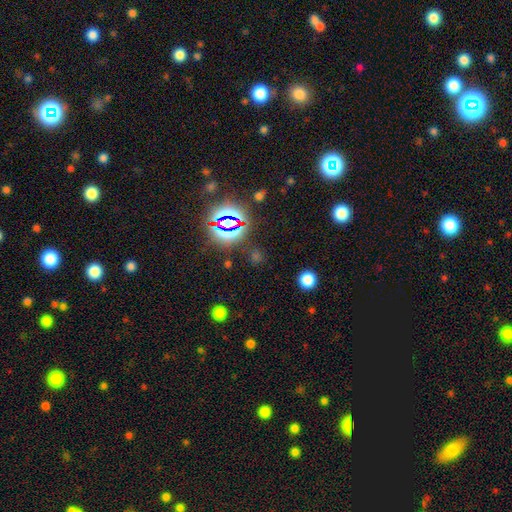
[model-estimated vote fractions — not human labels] Overall: star or artifact (65%; smooth 27%).